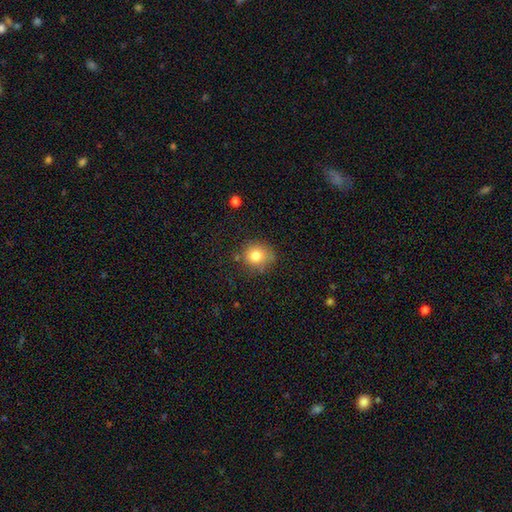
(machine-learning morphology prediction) The model was most divided on "merging": none: 77%, minor disturbance: 15%, major disturbance: 4%, merger: 4%. More confident: how rounded — round (86%); smooth or featured — smooth (79%).